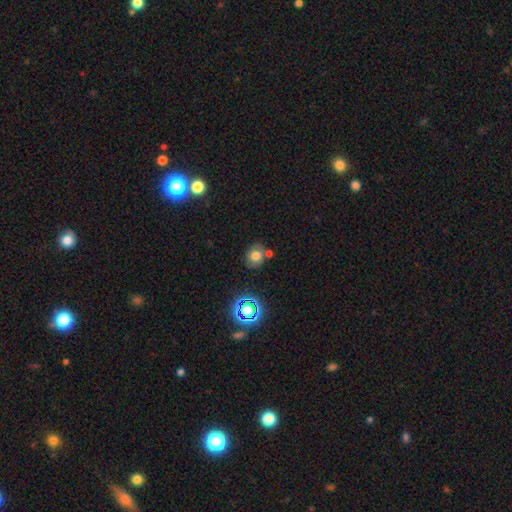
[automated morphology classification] smooth_or_featured: smooth (p=0.71) [alt: star or artifact p=0.17]
how_rounded: round (p=0.75) [alt: in between p=0.24]
merging: none (p=0.66) [alt: merger p=0.17]